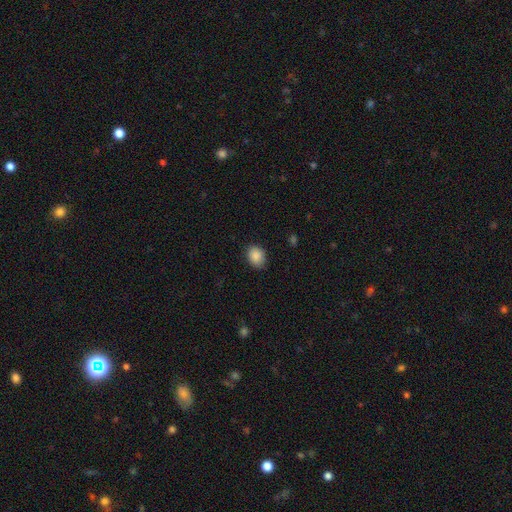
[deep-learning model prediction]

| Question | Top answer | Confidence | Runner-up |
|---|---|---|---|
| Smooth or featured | smooth | 88% | star or artifact (8%) |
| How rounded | in between | 55% | round (44%) |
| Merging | none | 81% | minor disturbance (15%) |